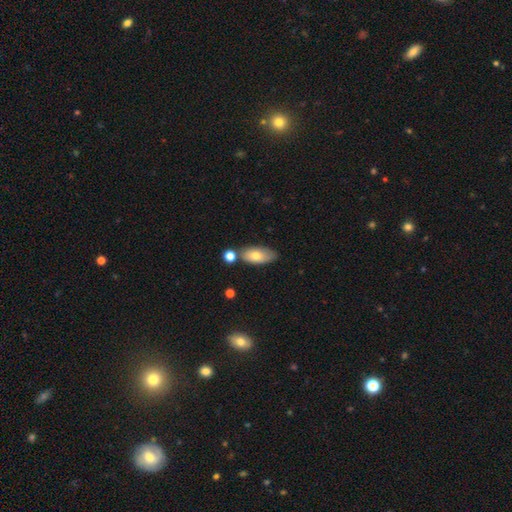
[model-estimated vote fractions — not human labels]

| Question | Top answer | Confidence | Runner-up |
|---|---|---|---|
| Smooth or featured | smooth | 74% | featured or disk (19%) |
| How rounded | in between | 88% | cigar-shaped (9%) |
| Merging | none | 68% | minor disturbance (16%) |